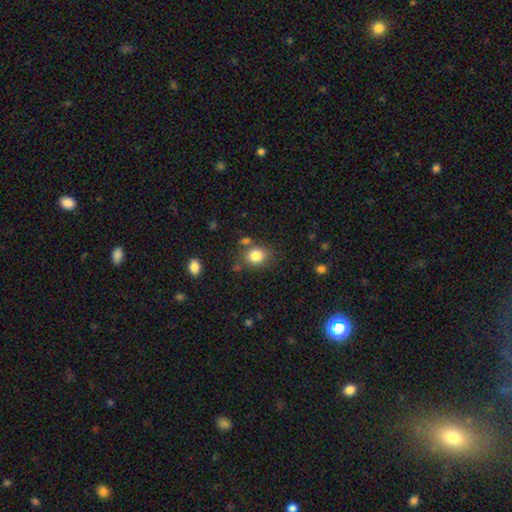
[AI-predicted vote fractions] Morphology: type=smooth (84%); roundness=round (61%); merging=none (72%).